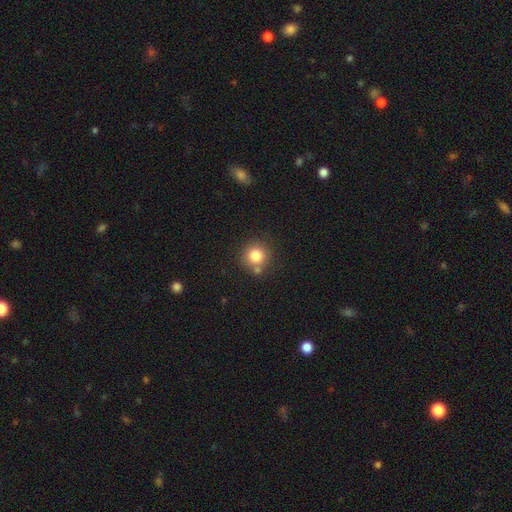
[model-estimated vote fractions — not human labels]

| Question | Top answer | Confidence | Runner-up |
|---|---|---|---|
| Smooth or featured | smooth | 80% | star or artifact (12%) |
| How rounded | round | 92% | in between (7%) |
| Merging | none | 72% | merger (14%) |